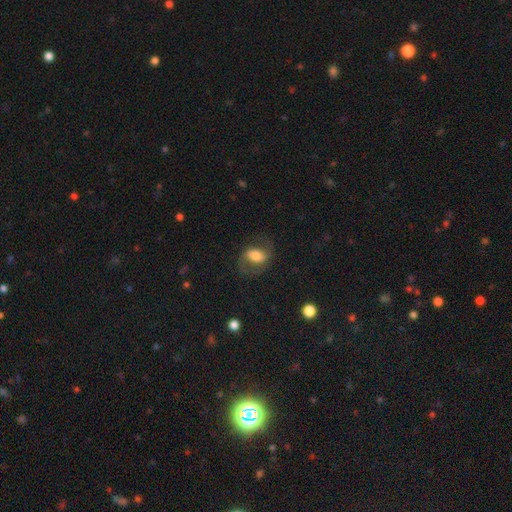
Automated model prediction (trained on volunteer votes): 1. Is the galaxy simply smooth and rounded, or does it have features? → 52% featured or disk, 40% smooth, 8% star or artifact.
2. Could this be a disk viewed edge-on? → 95% no, 5% yes.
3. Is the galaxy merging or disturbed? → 63% none, 18% minor disturbance, 18% major disturbance, 2% merger.